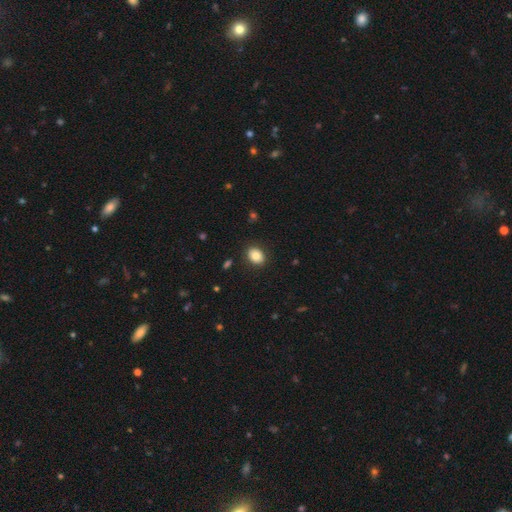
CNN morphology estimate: Q: Smooth or featured?
A: smooth (84%); runner-up: star or artifact (9%)
Q: How rounded?
A: in between (57%); runner-up: round (42%)
Q: Merging?
A: none (89%); runner-up: minor disturbance (8%)